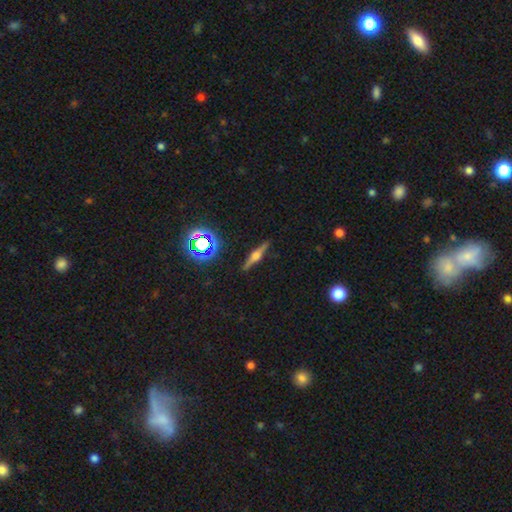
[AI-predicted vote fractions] Smooth or featured?
  - featured or disk: 72% *
  - smooth: 18%
  - star or artifact: 10%
Edge-on disk?
  - yes: 97% *
  - no: 3%
Edge-on bulge?
  - rounded: 88% *
  - boxy: 9%
  - none: 3%
Merging?
  - none: 89% *
  - minor disturbance: 7%
  - major disturbance: 2%
  - merger: 1%